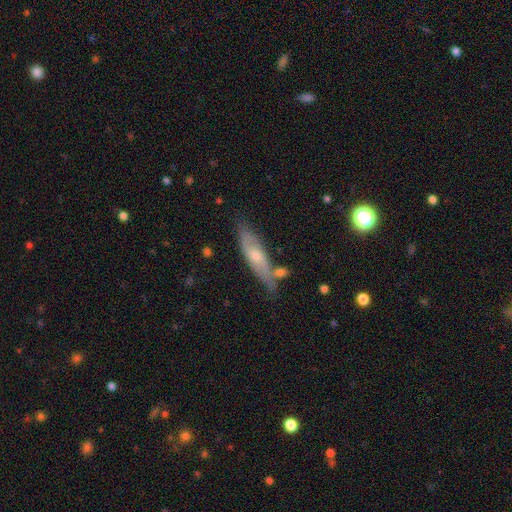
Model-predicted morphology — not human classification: This appears to be a featured or disk galaxy (49%). Merging: none (66%).